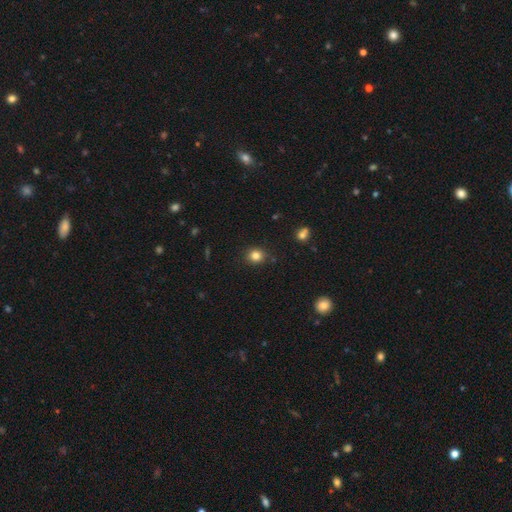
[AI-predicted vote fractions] Smooth or featured?
  - smooth: 82% *
  - star or artifact: 12%
  - featured or disk: 5%
How rounded?
  - round: 80% *
  - in between: 19%
  - cigar-shaped: 1%
Merging?
  - none: 85% *
  - minor disturbance: 10%
  - merger: 2%
  - major disturbance: 2%